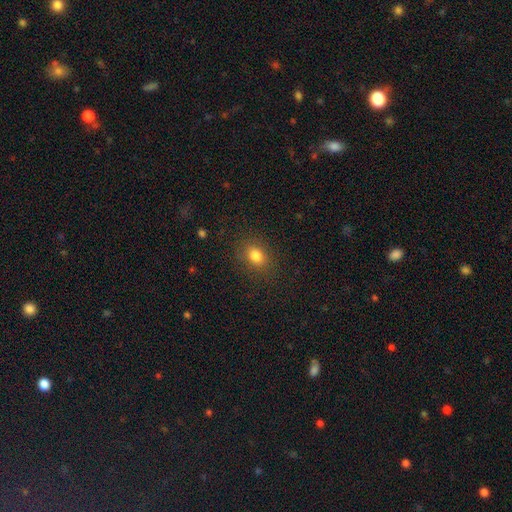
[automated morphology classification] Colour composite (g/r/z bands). It shows a smooth galaxy with no disk features (81%) that is in between round and cigar-shaped (55%). Merging: none (85%).